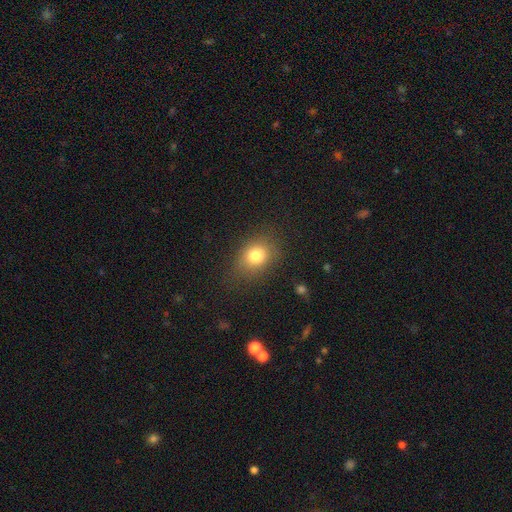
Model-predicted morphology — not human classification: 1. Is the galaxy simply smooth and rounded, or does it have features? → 79% smooth, 12% star or artifact, 9% featured or disk.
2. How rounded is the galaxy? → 51% round, 48% in between, 1% cigar-shaped.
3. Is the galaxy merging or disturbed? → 75% none, 17% minor disturbance, 6% major disturbance, 1% merger.